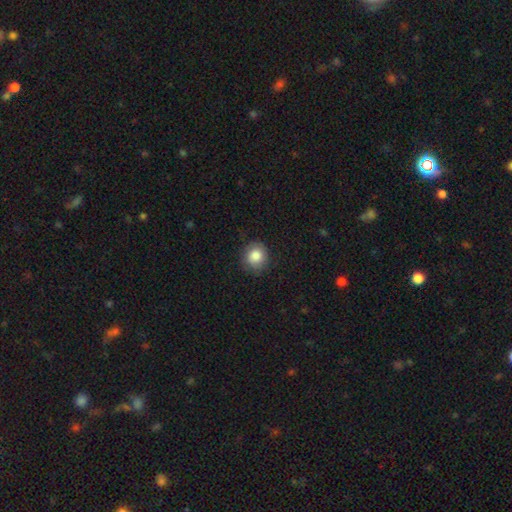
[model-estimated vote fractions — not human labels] This is clearly a smooth galaxy (85%). How rounded: clearly round (84%). Merging: clearly none (85%).